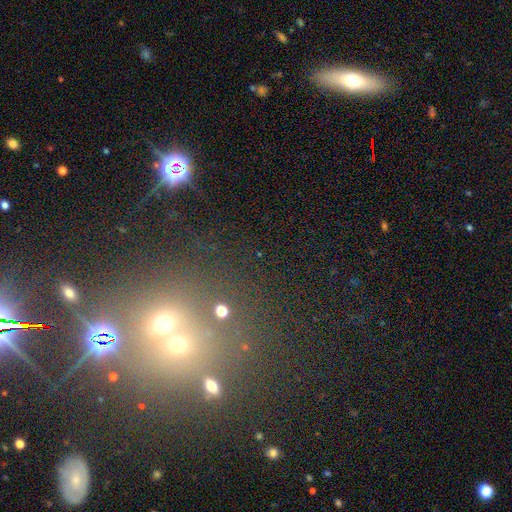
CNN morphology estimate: Smooth or featured? star or artifact (46%)